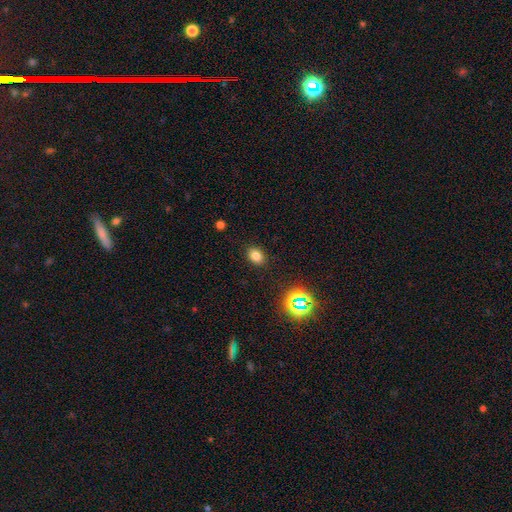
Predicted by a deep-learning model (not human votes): smooth_or_featured: smooth (p=0.78) [alt: star or artifact p=0.16]
how_rounded: in between (p=0.69) [alt: round p=0.30]
merging: none (p=0.88) [alt: minor disturbance p=0.08]